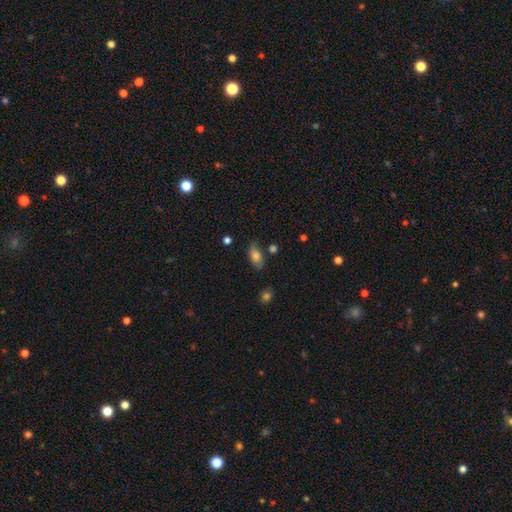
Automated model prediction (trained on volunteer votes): Smooth or featured? Predicted: smooth (p=0.78). How rounded? Predicted: in between (p=0.89). Merging? Predicted: none (p=0.70).